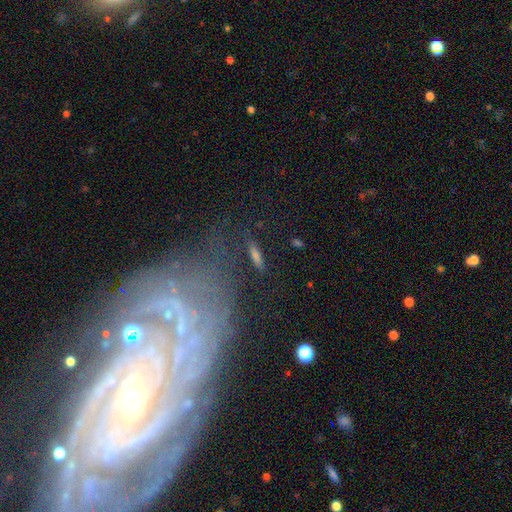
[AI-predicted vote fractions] Overall: featured or disk (47%; smooth 38%). Merging: none (72%).